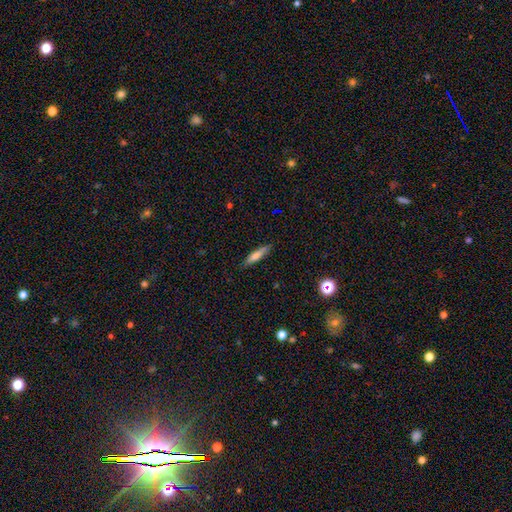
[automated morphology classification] This appears to be a smooth galaxy with no disk features (68%) that is cigar-shaped (85%). Merging: none (87%).